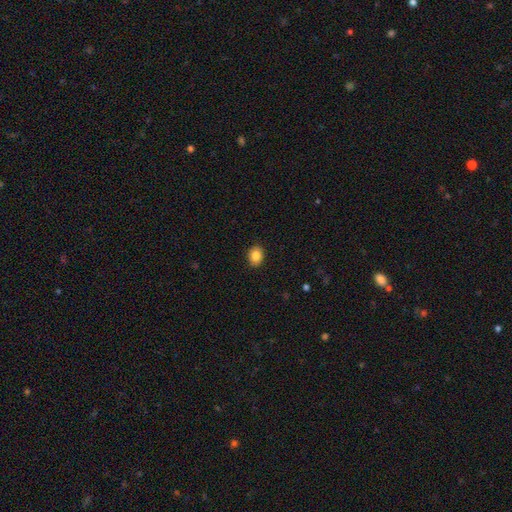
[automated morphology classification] Overall: smooth (85%). How rounded: in between (60%; round 39%). Merging: none (90%).